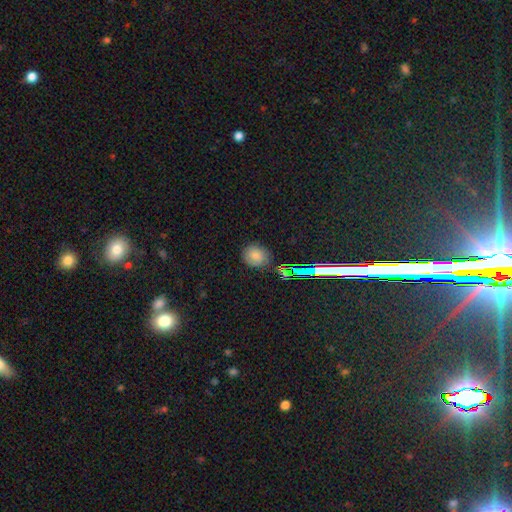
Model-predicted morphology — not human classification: smooth 75%, star or artifact 16%, featured or disk 9%. Down the decision tree: how rounded — round (72%); merging — none (81%).